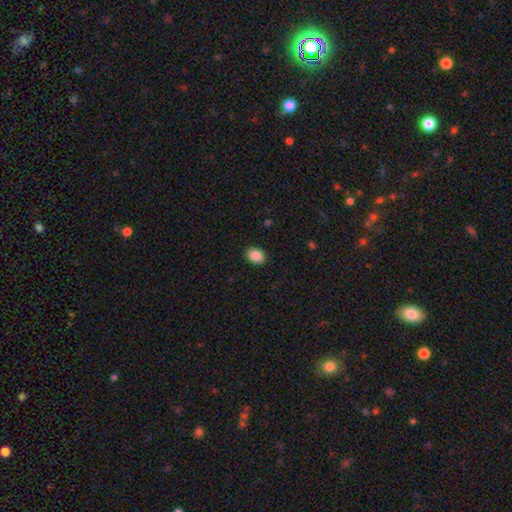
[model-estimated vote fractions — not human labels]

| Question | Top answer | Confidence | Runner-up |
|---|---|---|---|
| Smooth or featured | smooth | 88% | star or artifact (8%) |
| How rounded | in between | 66% | round (33%) |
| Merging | none | 88% | minor disturbance (9%) |